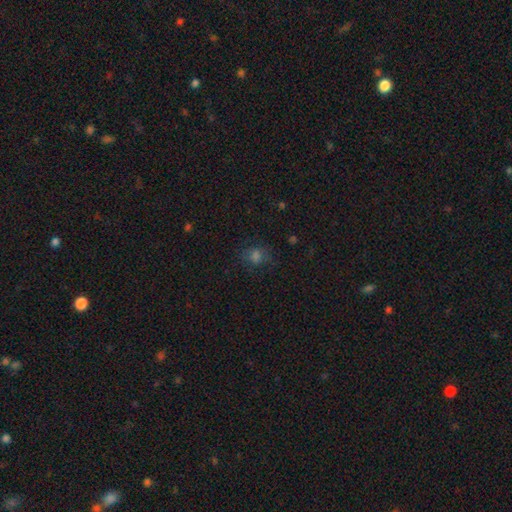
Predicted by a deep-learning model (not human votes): This is likely a smooth galaxy (62%). How rounded: likely round (66%). Merging: likely none (71%).